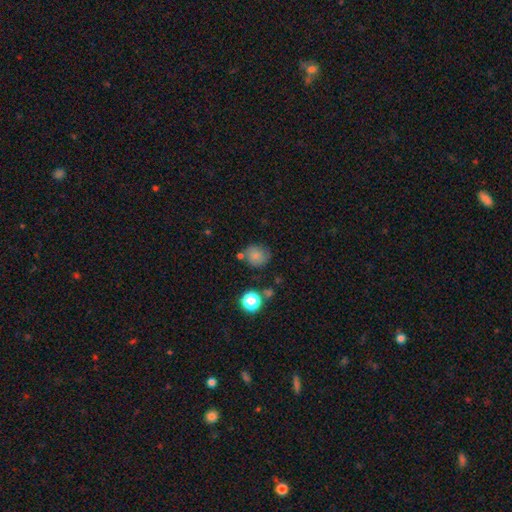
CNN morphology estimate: Smooth or featured? smooth (76%)
How rounded? round (81%)
Merging? none (68%)